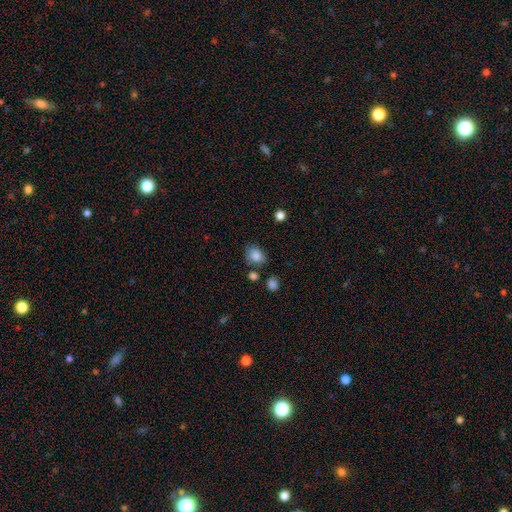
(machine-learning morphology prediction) A smooth galaxy with no disk features (82%) that is in between round and cigar-shaped (52%).

Vote fractions:
- Smooth or featured? smooth: 82% / star or artifact: 10% / featured or disk: 8%
- How rounded? in between: 52% / round: 47% / cigar-shaped: 1%
- Merging? none: 69% / minor disturbance: 19% / merger: 7% / major disturbance: 5%